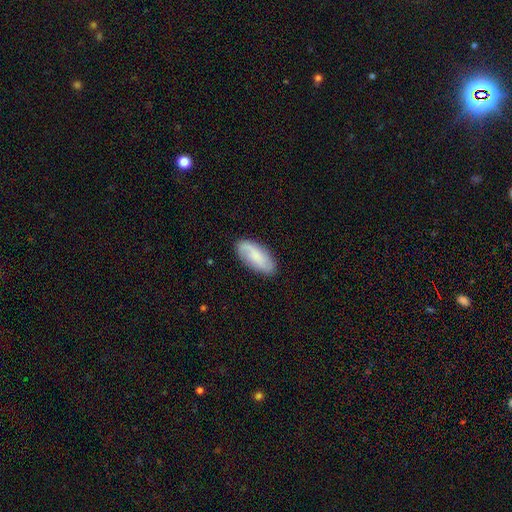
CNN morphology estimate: type=smooth (60%); roundness=in between (85%); merging=none (83%).